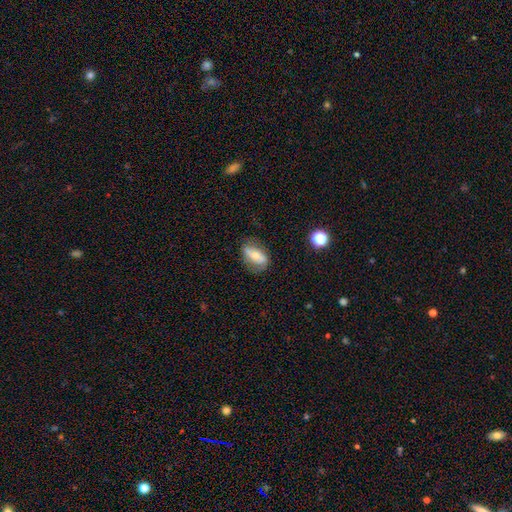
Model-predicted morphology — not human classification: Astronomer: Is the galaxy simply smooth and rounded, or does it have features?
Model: featured or disk — 48% (runner-up: smooth, 44%).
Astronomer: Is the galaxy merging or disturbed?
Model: none — 71%.